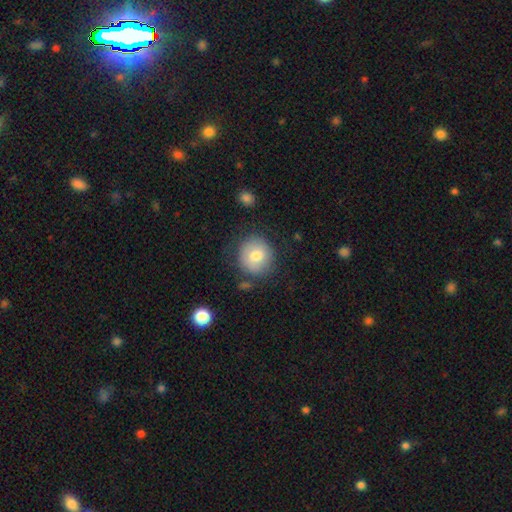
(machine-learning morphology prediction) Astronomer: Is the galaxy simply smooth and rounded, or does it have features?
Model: smooth — 75%.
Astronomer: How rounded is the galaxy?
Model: round — 90%.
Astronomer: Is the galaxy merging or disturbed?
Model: none — 79%.